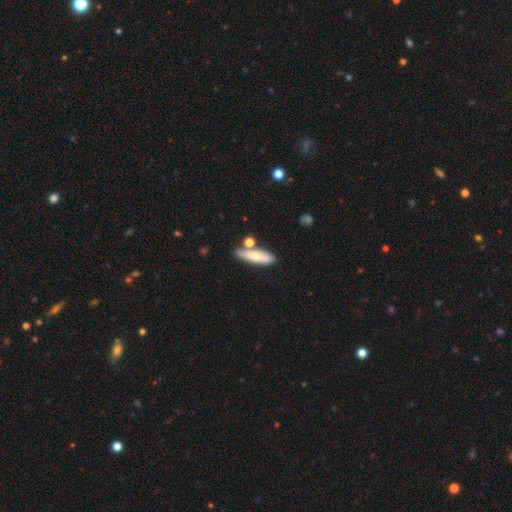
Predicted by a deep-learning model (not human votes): smooth_or_featured: smooth (p=0.69) [alt: featured or disk p=0.25]
how_rounded: cigar-shaped (p=0.61) [alt: in between p=0.36]
merging: none (p=0.66) [alt: minor disturbance p=0.16]